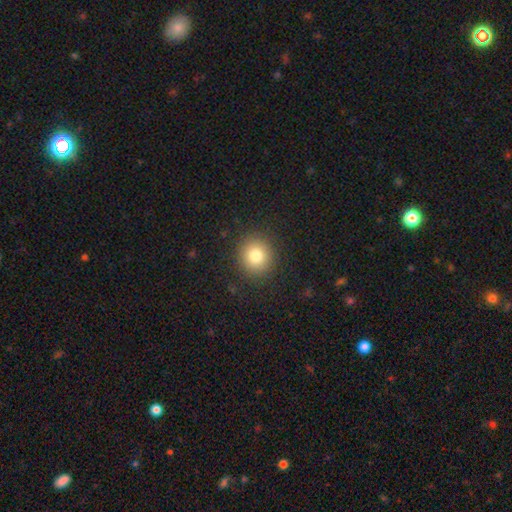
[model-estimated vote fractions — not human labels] The model was most divided on "smooth or featured": smooth: 81%, star or artifact: 11%, featured or disk: 7%. More confident: merging — none (89%); how rounded — round (89%).